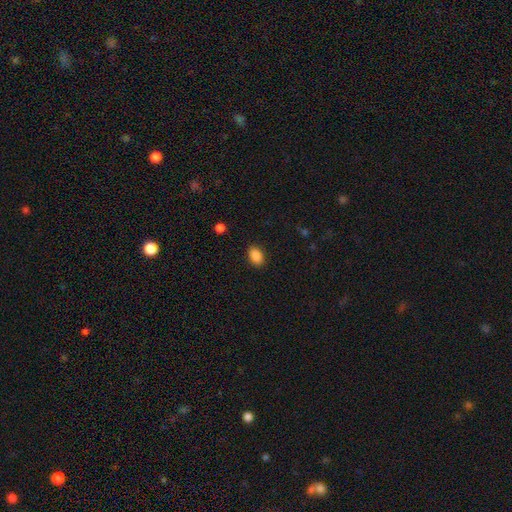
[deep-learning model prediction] smooth-or-featured: smooth: 88% | star or artifact: 8% | featured or disk: 3%
  how-rounded: in between: 85% | round: 14% | cigar-shaped: 1%
  merging: none: 89% | minor disturbance: 8% | major disturbance: 2% | merger: 1%